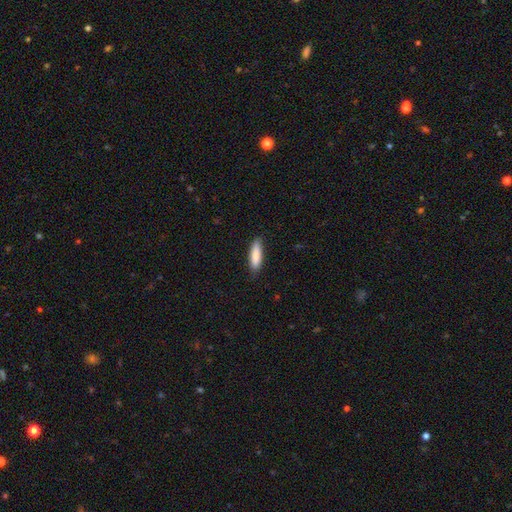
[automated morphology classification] Smooth or featured: smooth — 86% (featured or disk — 8%)
How rounded: cigar-shaped — 62% (in between — 36%)
Merging: none — 84% (minor disturbance — 13%)